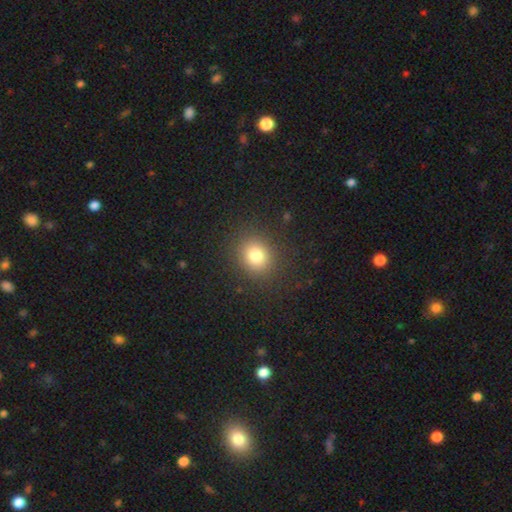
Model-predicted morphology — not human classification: This is likely a smooth galaxy (79%). How rounded: likely round (74%). Merging: clearly none (88%).